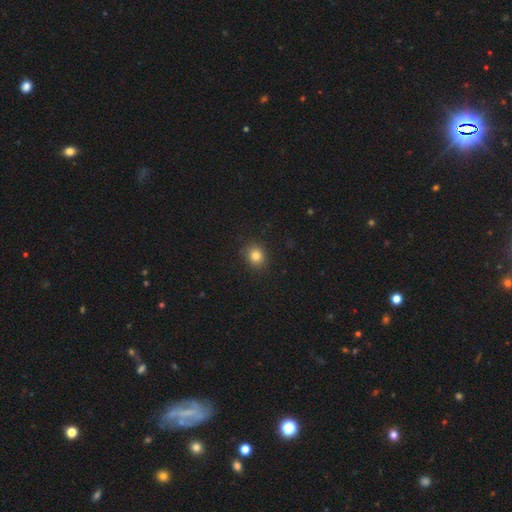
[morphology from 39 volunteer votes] Smooth or featured? smooth (87%)
How rounded? round (74%)
Merging? none (92%)